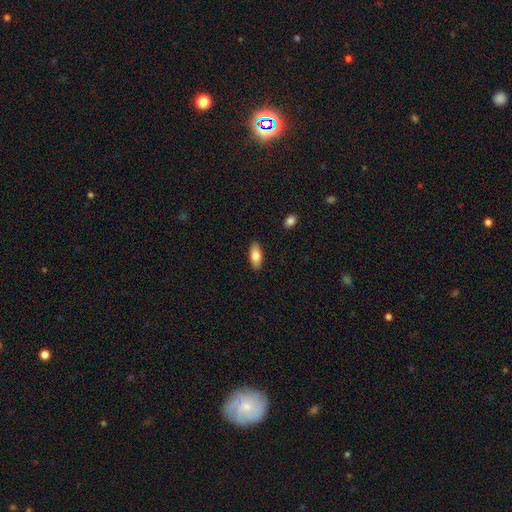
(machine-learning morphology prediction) Smooth or featured: smooth — 79% (featured or disk — 15%)
How rounded: in between — 83% (cigar-shaped — 14%)
Merging: none — 88% (minor disturbance — 9%)